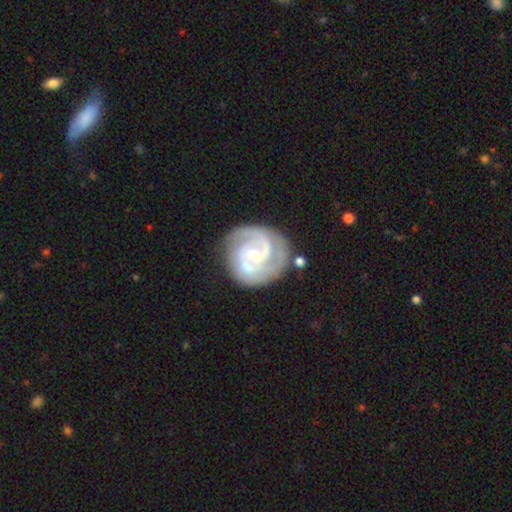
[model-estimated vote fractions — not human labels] Q: Smooth or featured?
A: featured or disk (88%); runner-up: smooth (7%)
Q: Edge-on disk?
A: no (98%); runner-up: yes (2%)
Q: Bar?
A: weak (44%); runner-up: no (43%)
Q: Spiral arms?
A: yes (97%); runner-up: no (3%)
Q: Spiral winding?
A: tight (54%); runner-up: medium (39%)
Q: Spiral arm count?
A: 2 (75%); runner-up: 3 (11%)
Q: Bulge size?
A: small (68%); runner-up: moderate (27%)
Q: Merging?
A: none (74%); runner-up: minor disturbance (16%)